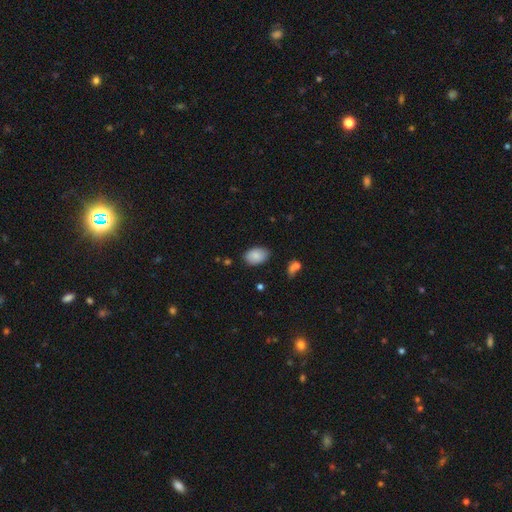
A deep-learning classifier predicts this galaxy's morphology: Smooth or featured: smooth — 85% (featured or disk — 8%)
How rounded: in between — 90% (round — 9%)
Merging: none — 80% (minor disturbance — 14%)